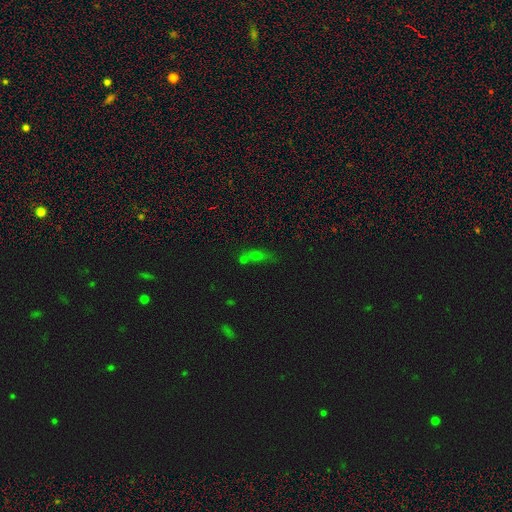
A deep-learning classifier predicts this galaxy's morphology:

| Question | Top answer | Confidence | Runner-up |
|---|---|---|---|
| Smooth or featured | smooth | 51% | star or artifact (31%) |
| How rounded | in between | 47% | round (35%) |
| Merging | merger | 45% | none (37%) |